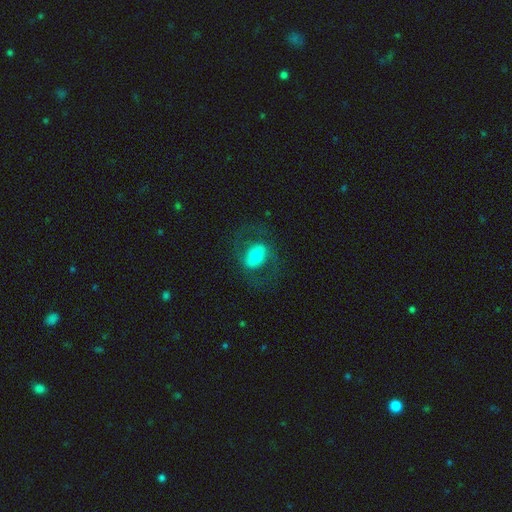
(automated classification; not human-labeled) Smooth or featured? Predicted: featured or disk (p=0.50). Merging? Predicted: none (p=0.68).